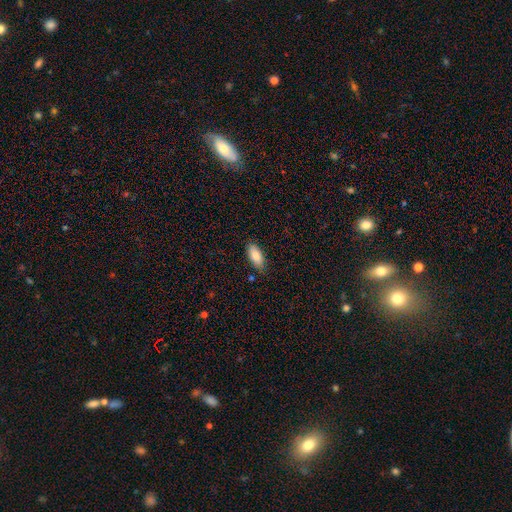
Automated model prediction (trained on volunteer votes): Smooth or featured? Predicted: smooth (p=0.85). How rounded? Predicted: in between (p=0.88). Merging? Predicted: none (p=0.82).